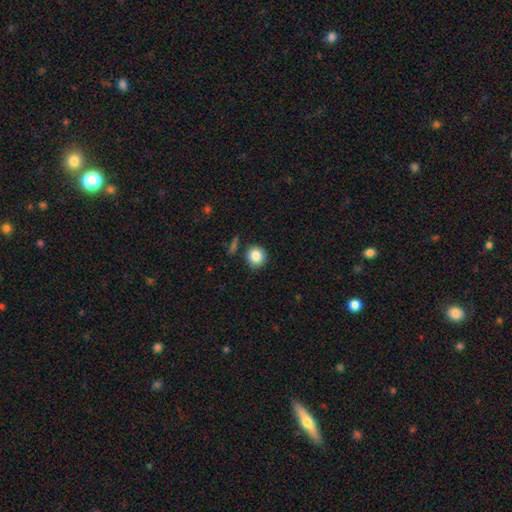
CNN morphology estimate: Smooth or featured? smooth (85%)
How rounded? round (90%)
Merging? none (85%)